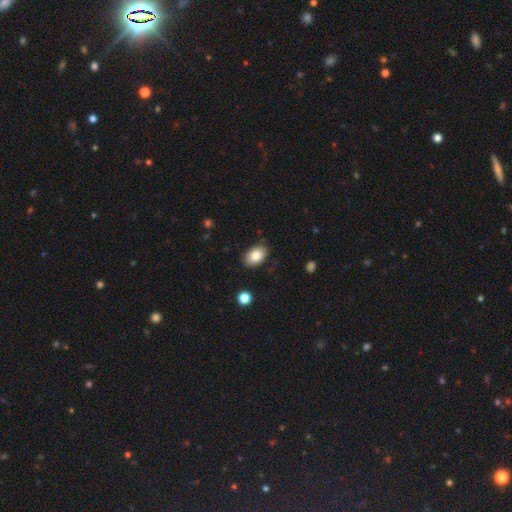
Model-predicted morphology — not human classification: A smooth galaxy with no disk features (83%) that is in between round and cigar-shaped (88%). Merging: none (86%).